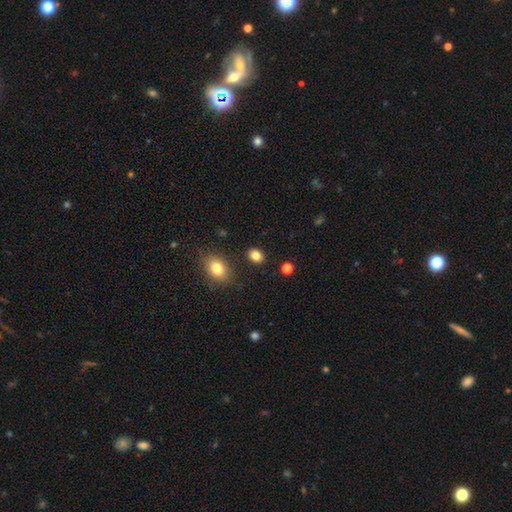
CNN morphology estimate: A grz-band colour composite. It shows a smooth galaxy with no disk features (84%) that is in between round and cigar-shaped (59%). Merging: none (87%).